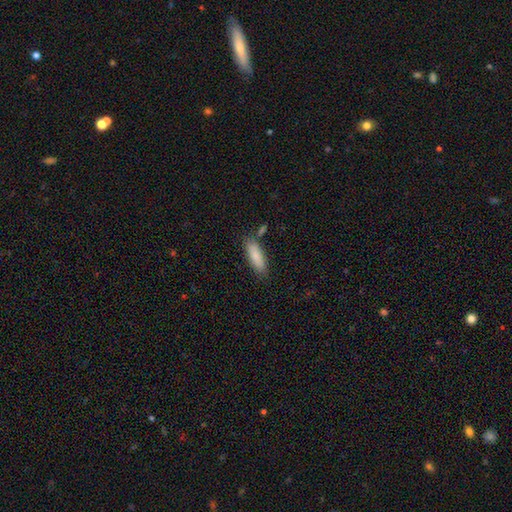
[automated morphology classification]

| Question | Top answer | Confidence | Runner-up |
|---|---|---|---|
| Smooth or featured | smooth | 84% | featured or disk (10%) |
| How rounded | in between | 52% | cigar-shaped (46%) |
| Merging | none | 77% | minor disturbance (13%) |